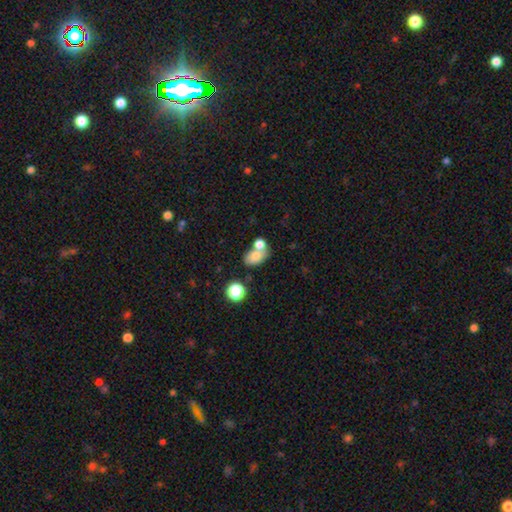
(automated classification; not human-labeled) Smooth or featured? smooth (75%)
How rounded? in between (74%)
Merging? merger (43%)